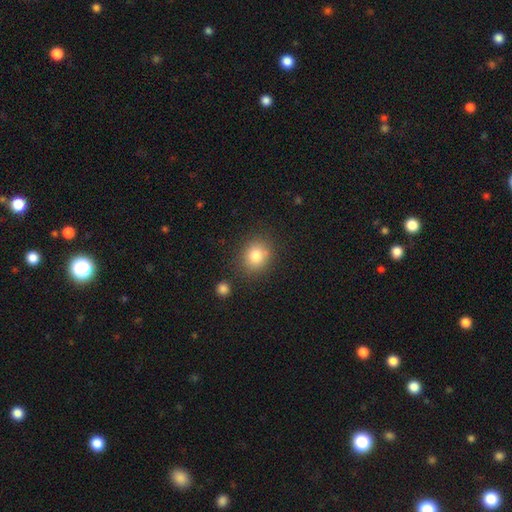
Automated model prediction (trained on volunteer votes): Smooth or featured? smooth (81%)
How rounded? round (70%)
Merging? none (81%)